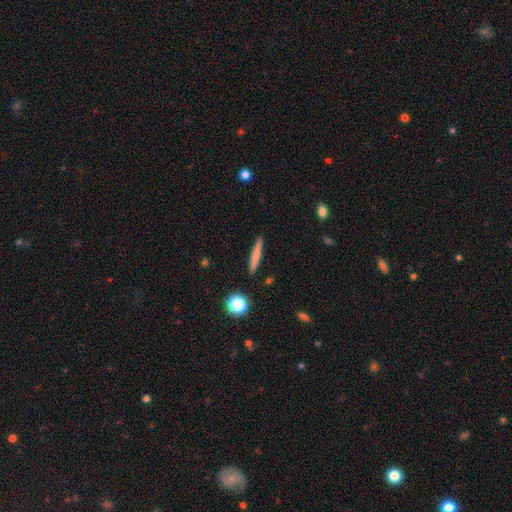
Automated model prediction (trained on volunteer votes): Overall: smooth (71%). How rounded: cigar-shaped (94%). Merging: none (90%).